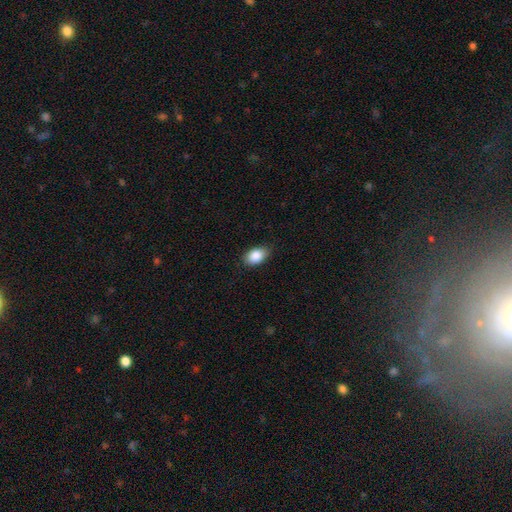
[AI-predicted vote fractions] Q: Smooth or featured?
A: smooth (87%); runner-up: star or artifact (7%)
Q: How rounded?
A: in between (87%); runner-up: round (12%)
Q: Merging?
A: none (82%); runner-up: minor disturbance (14%)